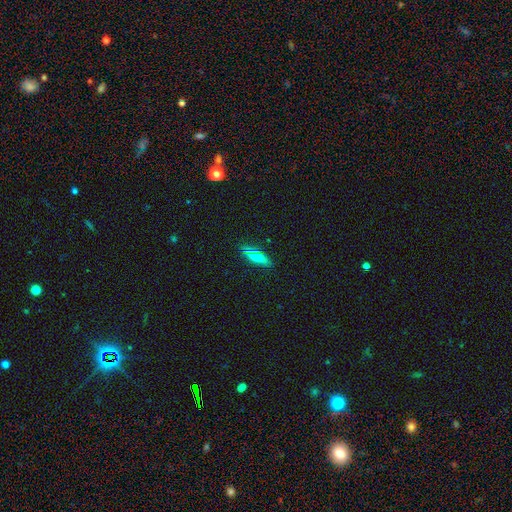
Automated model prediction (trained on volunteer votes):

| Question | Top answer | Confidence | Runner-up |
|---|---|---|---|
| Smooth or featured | smooth | 54% | featured or disk (39%) |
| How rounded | cigar-shaped | 68% | in between (29%) |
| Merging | none | 87% | minor disturbance (10%) |